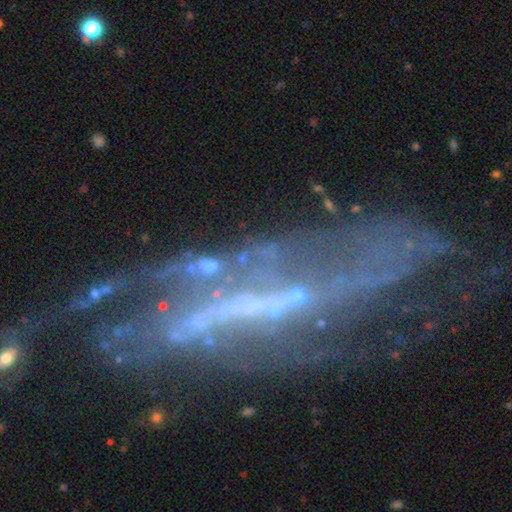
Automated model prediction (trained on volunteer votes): The model was most divided on "spiral arms": yes: 51%, no: 49%. Remaining: edge-on disk — no (86%); smooth or featured — featured or disk (68%); bulge size — none (56%); merging — none (44%); bar — no (42%).